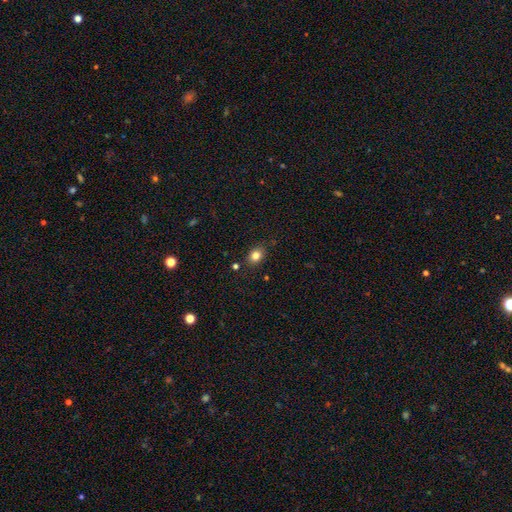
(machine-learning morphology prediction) Smooth or featured? smooth (81%)
How rounded? in between (54%)
Merging? none (83%)